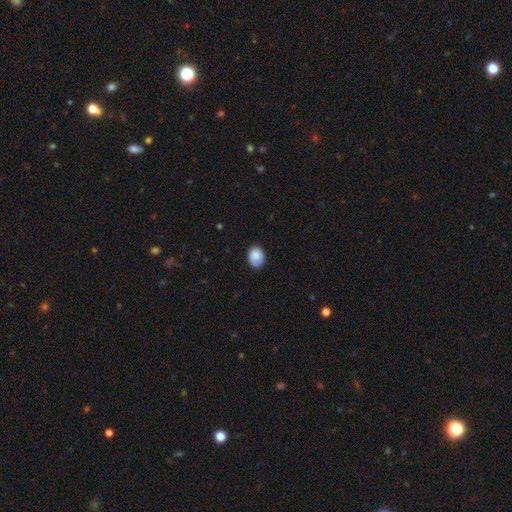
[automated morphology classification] Smooth or featured?
  - smooth: 83% *
  - featured or disk: 9%
  - star or artifact: 8%
How rounded?
  - in between: 58% *
  - round: 41%
  - cigar-shaped: 1%
Merging?
  - none: 69% *
  - minor disturbance: 24%
  - major disturbance: 5%
  - merger: 2%